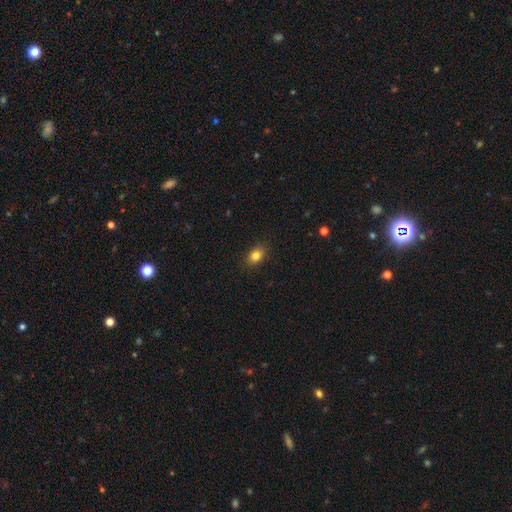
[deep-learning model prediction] A smooth galaxy with no disk features (83%) that is in between round and cigar-shaped (69%).

Vote fractions:
- Smooth or featured? smooth: 83% / star or artifact: 10% / featured or disk: 6%
- How rounded? in between: 69% / round: 29% / cigar-shaped: 1%
- Merging? none: 86% / minor disturbance: 10% / major disturbance: 2% / merger: 1%